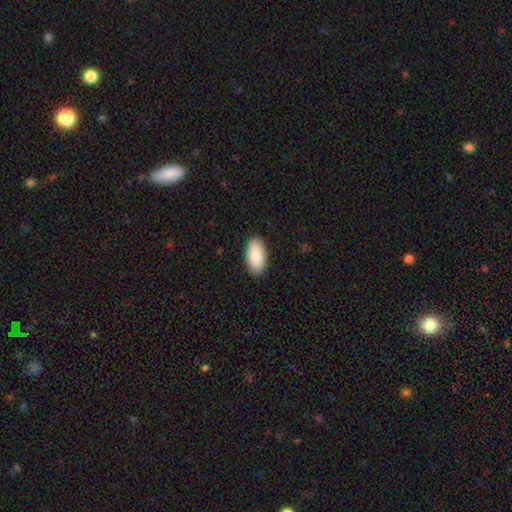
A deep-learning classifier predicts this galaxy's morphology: Smooth or featured?
  - smooth: 90% *
  - star or artifact: 5%
  - featured or disk: 5%
How rounded?
  - in between: 95% *
  - cigar-shaped: 3%
  - round: 2%
Merging?
  - none: 89% *
  - minor disturbance: 8%
  - major disturbance: 2%
  - merger: 1%